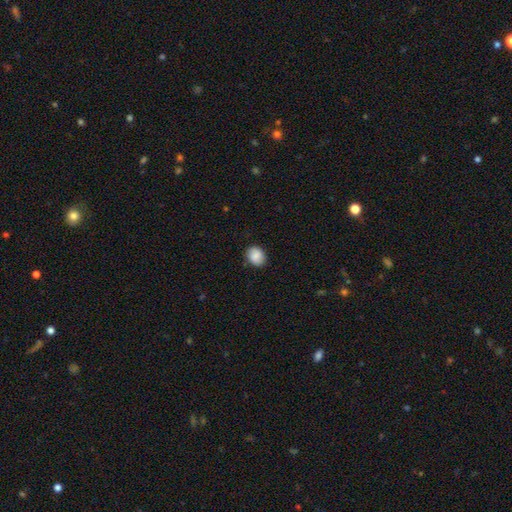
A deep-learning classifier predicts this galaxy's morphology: Overall: smooth (88%). How rounded: in between (50%; round 49%). Merging: none (85%).